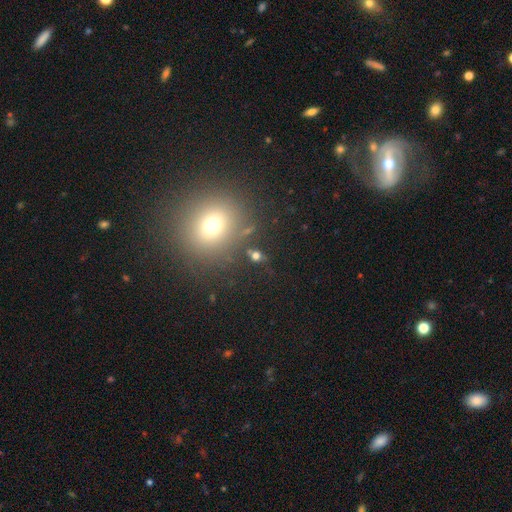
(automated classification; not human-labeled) A smooth galaxy with no disk features (61%) that is round (61%).

Vote fractions:
- Smooth or featured? smooth: 61% / star or artifact: 25% / featured or disk: 14%
- How rounded? round: 61% / in between: 35% / cigar-shaped: 5%
- Merging? none: 74% / minor disturbance: 11% / merger: 8% / major disturbance: 7%